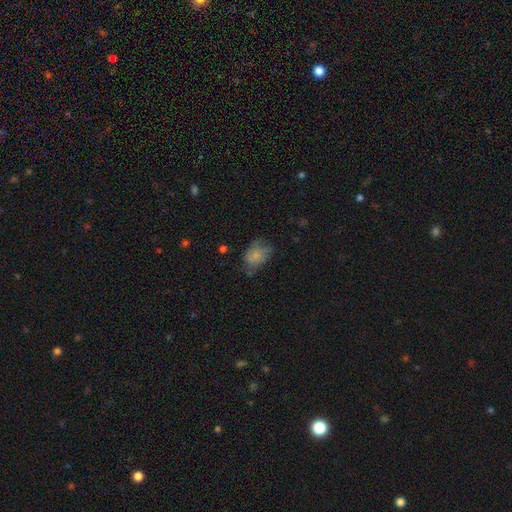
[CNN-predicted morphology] type=smooth (68%); roundness=in between (76%); merging=none (46%).